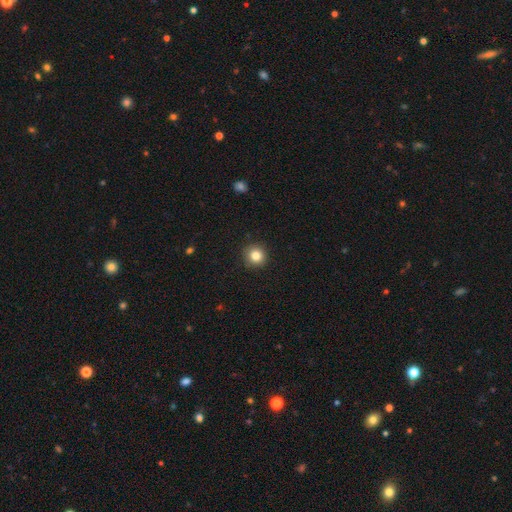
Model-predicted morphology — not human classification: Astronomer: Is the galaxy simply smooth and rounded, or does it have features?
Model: smooth — 83%.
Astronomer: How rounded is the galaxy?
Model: round — 93%.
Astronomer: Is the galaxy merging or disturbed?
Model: none — 91%.